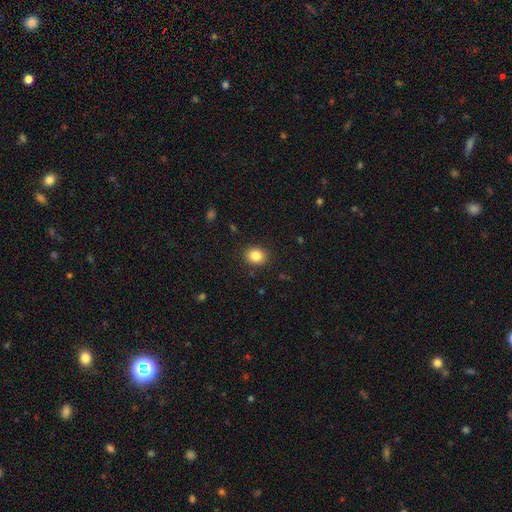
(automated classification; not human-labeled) Morphology: type=smooth (85%); roundness=round (60%); merging=none (89%).